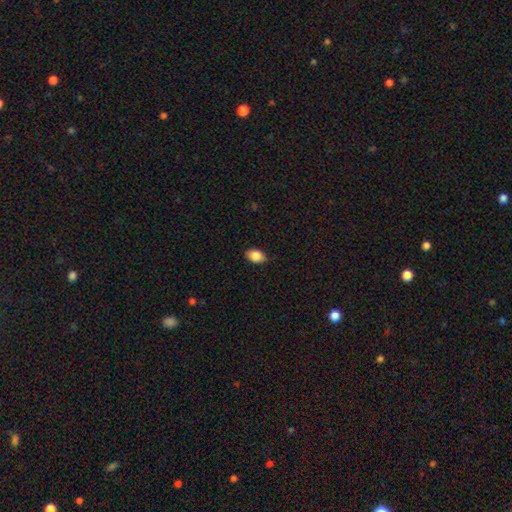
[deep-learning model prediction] Smooth or featured? smooth (87%)
How rounded? in between (85%)
Merging? none (86%)